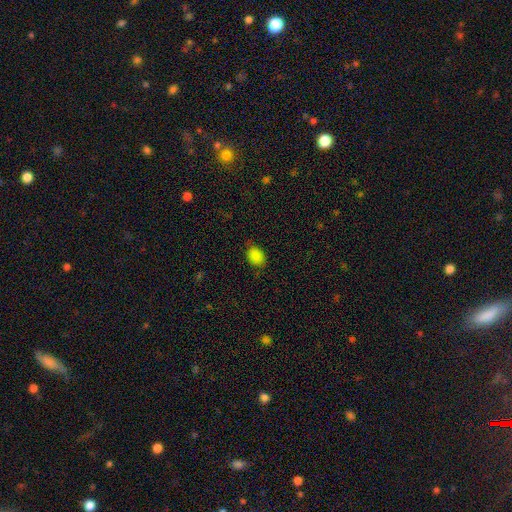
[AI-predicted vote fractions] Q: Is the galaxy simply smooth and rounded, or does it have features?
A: smooth — 85%.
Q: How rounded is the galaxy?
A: in between — 74%.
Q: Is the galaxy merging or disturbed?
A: none — 76%.